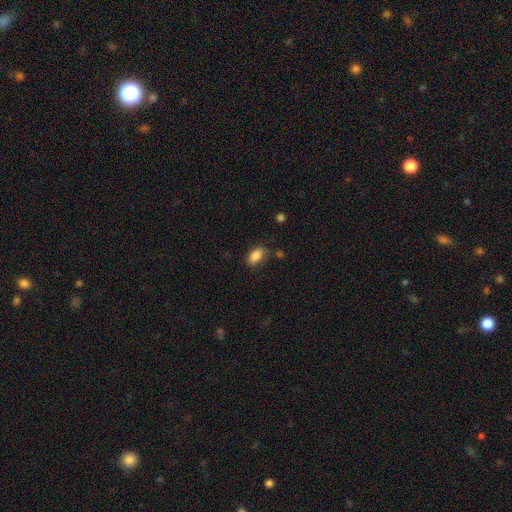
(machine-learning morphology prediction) This is clearly a smooth galaxy (86%). How rounded: clearly in between (90%). Merging: likely none (79%).